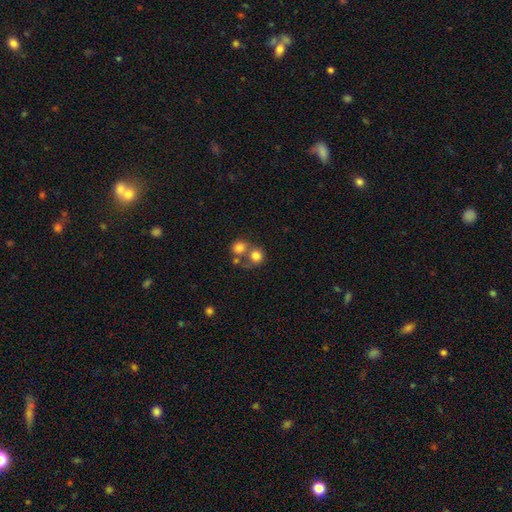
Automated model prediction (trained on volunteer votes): This is likely a smooth galaxy (79%). How rounded: clearly round (86%). Merging: possibly merger (47%).